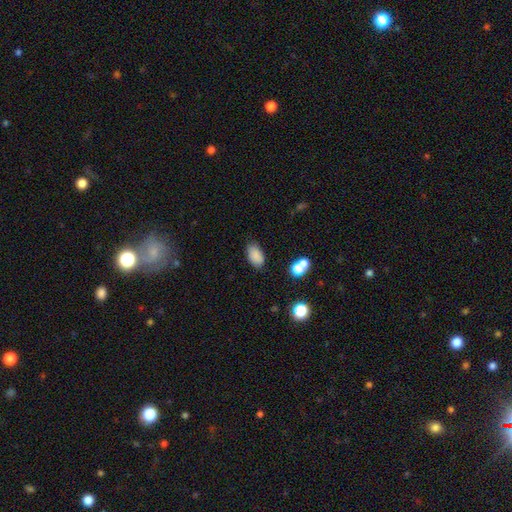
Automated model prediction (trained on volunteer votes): Overall: smooth (85%). How rounded: in between (93%). Merging: none (80%).